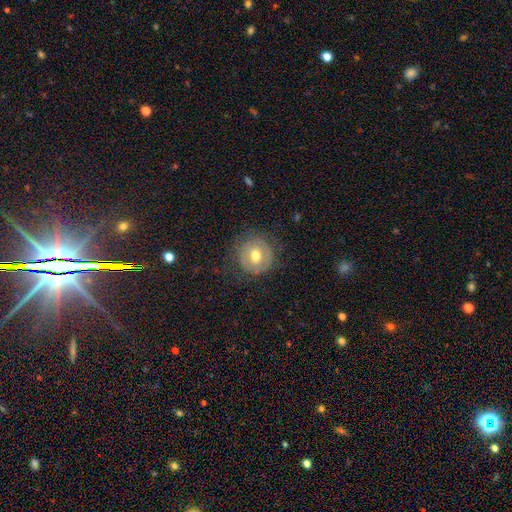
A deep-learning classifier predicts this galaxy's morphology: smooth_or_featured: smooth (p=0.49) [alt: featured or disk p=0.43]
merging: none (p=0.73) [alt: minor disturbance p=0.17]